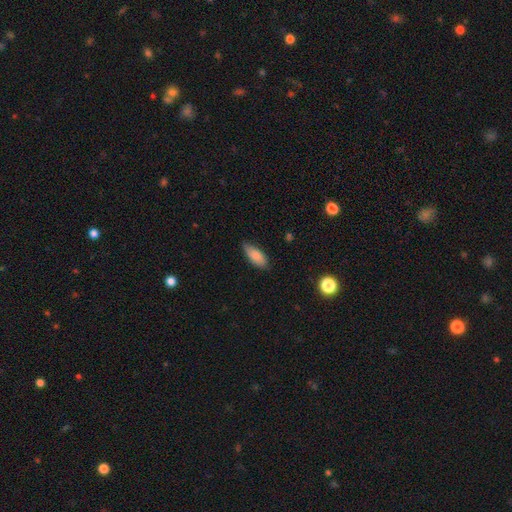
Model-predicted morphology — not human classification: Smooth or featured: smooth — 85% (featured or disk — 8%)
How rounded: in between — 83% (cigar-shaped — 15%)
Merging: none — 71% (minor disturbance — 24%)